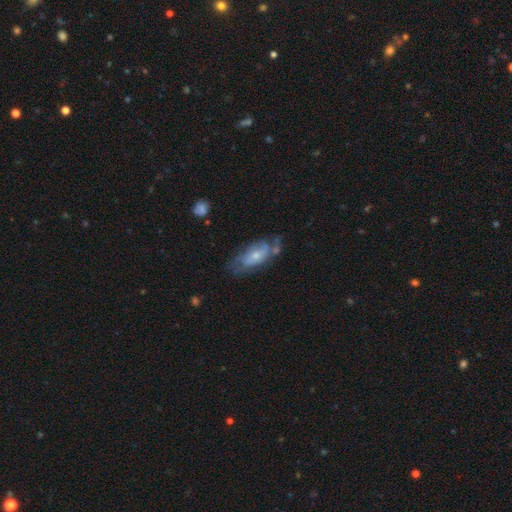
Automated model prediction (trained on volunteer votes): smooth_or_featured: featured or disk (p=0.54) [alt: smooth p=0.40]
disk_edge_on: no (p=0.86) [alt: yes p=0.14]
merging: none (p=0.47) [alt: minor disturbance p=0.28]